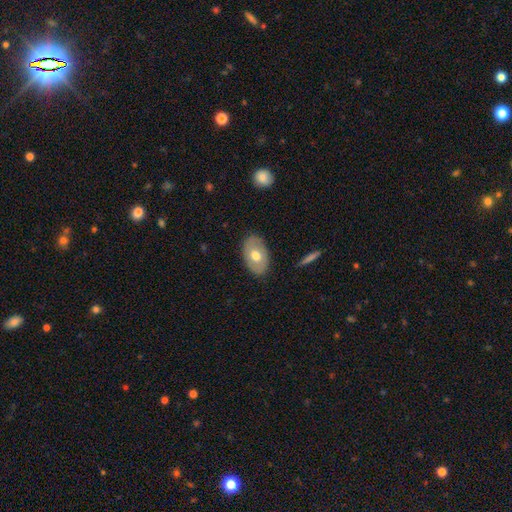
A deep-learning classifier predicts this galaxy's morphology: Smooth or featured? smooth (58%)
How rounded? in between (89%)
Merging? none (84%)